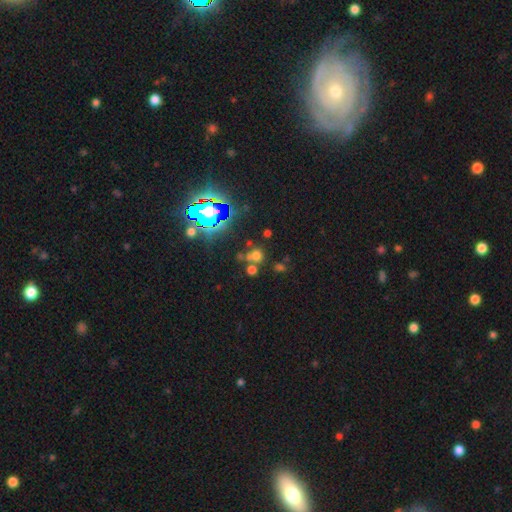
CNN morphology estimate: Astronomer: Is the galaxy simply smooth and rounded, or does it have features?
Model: smooth — 52% (runner-up: star or artifact, 36%).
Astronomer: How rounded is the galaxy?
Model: round — 83%.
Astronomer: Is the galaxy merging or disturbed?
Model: none — 60%.